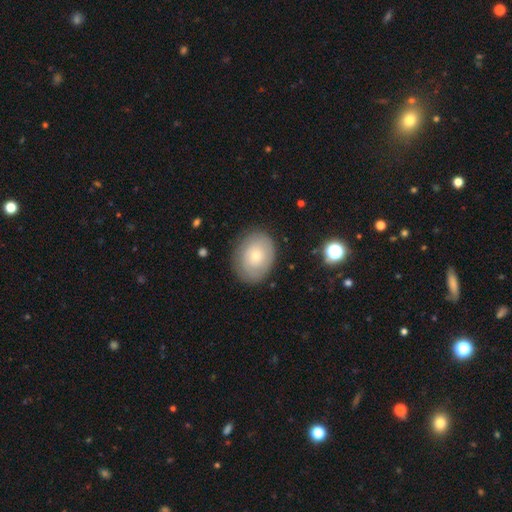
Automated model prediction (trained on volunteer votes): Q: Smooth or featured?
A: smooth (52%); runner-up: featured or disk (41%)
Q: How rounded?
A: in between (63%); runner-up: round (36%)
Q: Merging?
A: none (80%); runner-up: minor disturbance (14%)